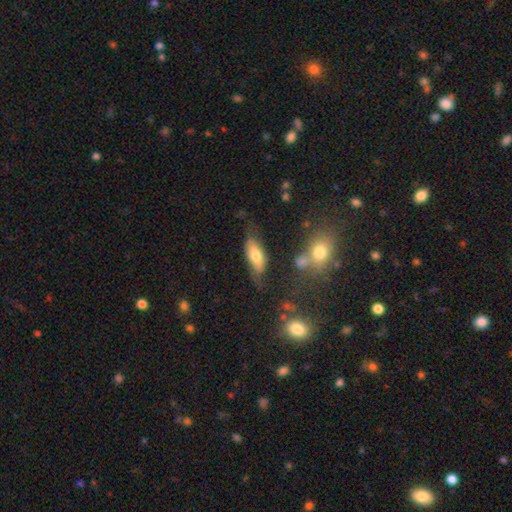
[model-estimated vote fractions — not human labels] Smooth or featured? Predicted: smooth (p=0.63). How rounded? Predicted: in between (p=0.75). Merging? Predicted: none (p=0.53).